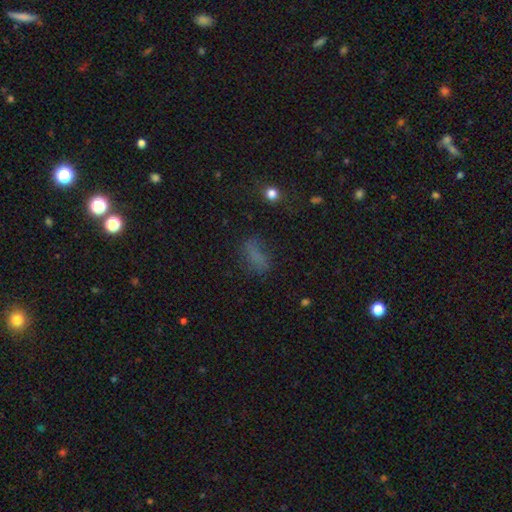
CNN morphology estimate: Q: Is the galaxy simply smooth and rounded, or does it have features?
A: smooth — 65%.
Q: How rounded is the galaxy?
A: in between — 79%.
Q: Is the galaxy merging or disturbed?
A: none — 59%.